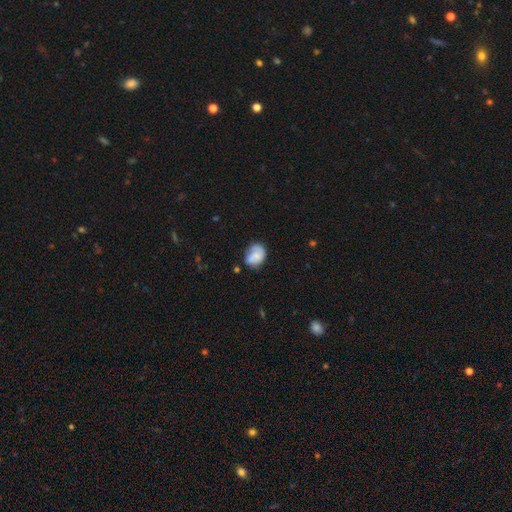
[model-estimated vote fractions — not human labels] smooth_or_featured: smooth (p=0.60) [alt: featured or disk p=0.31]
how_rounded: in between (p=0.55) [alt: round p=0.44]
merging: none (p=0.54) [alt: minor disturbance p=0.30]